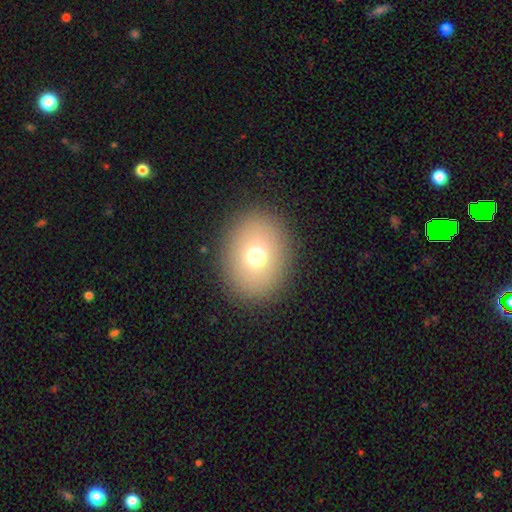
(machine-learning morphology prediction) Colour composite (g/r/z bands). It shows a smooth galaxy with no disk features (70%) that is in between round and cigar-shaped (51%). Merging: none (88%).